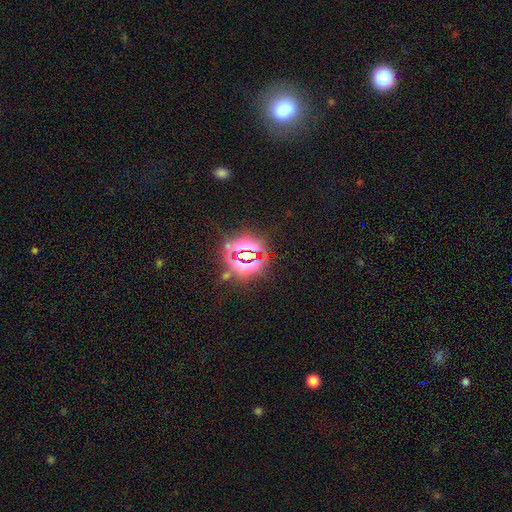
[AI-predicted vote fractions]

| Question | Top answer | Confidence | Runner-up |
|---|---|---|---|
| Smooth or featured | star or artifact | 79% | smooth (13%) |